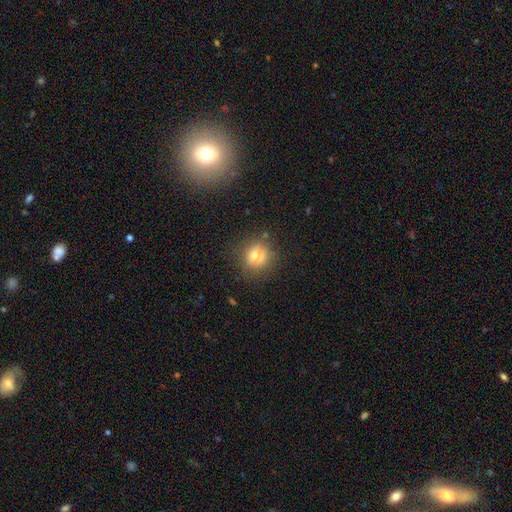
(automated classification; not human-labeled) This is likely a smooth galaxy (68%). How rounded: clearly round (85%). Merging: likely none (70%).